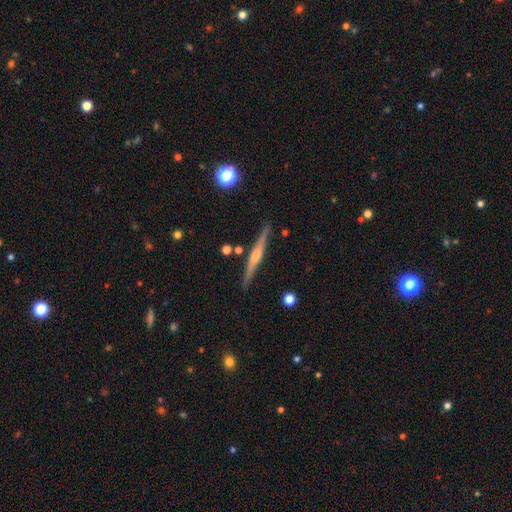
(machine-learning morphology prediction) Smooth or featured? featured or disk (70%)
Edge-on disk? yes (98%)
Edge-on bulge? rounded (66%)
Merging? none (89%)